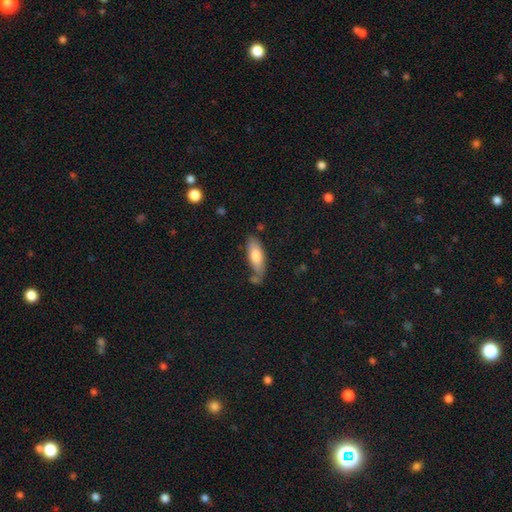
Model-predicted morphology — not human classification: The model was most divided on "merging": none: 58%, minor disturbance: 24%, merger: 11%, major disturbance: 7%. More confident: smooth or featured — smooth (74%); how rounded — in between (70%).